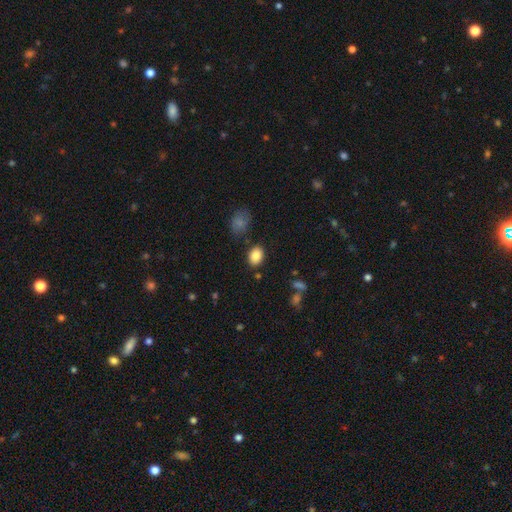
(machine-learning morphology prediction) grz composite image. It shows a smooth galaxy with no disk features (86%) that is in between round and cigar-shaped (70%). Merging: none (82%).